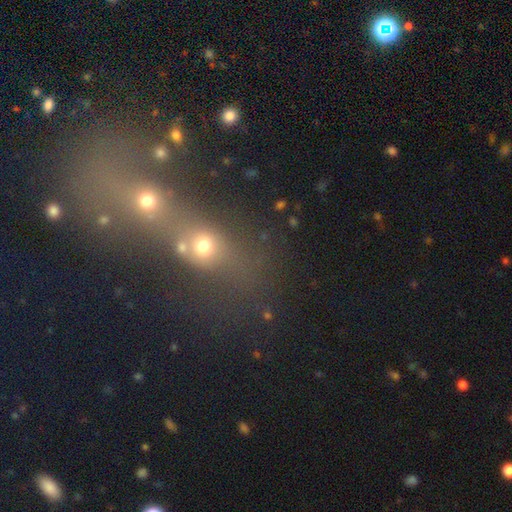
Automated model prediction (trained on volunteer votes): A star or artifact, not a galaxy (42%).